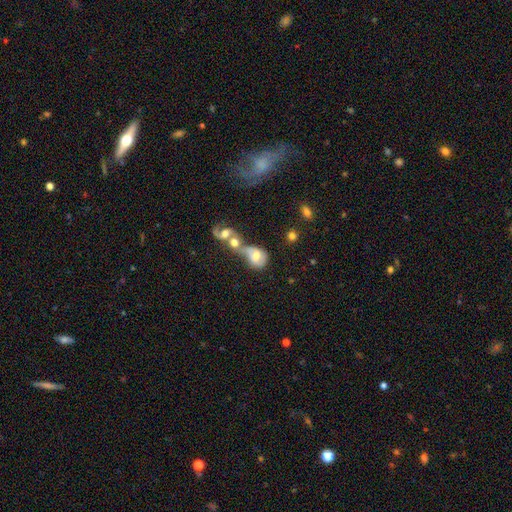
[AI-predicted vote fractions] Smooth or featured? smooth (50%)
Merging? merger (70%)